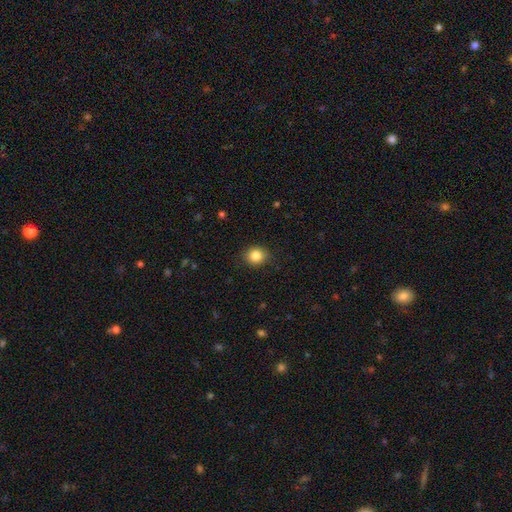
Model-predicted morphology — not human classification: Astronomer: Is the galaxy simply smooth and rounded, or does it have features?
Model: smooth — 85%.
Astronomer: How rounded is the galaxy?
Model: round — 78%.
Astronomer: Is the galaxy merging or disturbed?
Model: none — 89%.